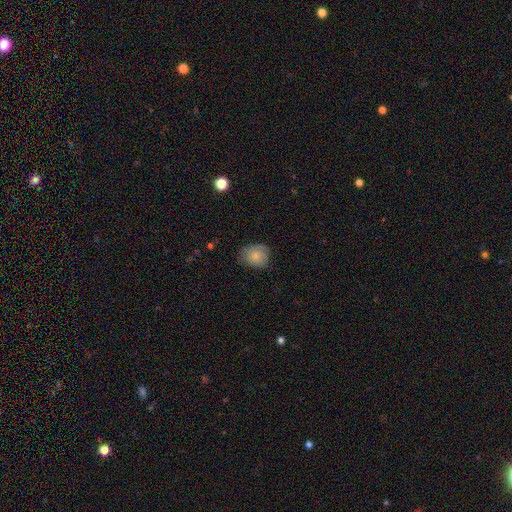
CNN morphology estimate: The model was most divided on "how rounded": round: 61%, in between: 38%, cigar-shaped: 1%. More confident: smooth or featured — smooth (77%); merging — none (60%).